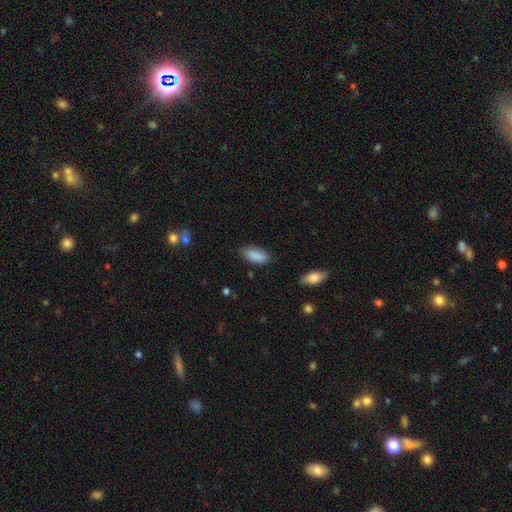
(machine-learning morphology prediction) Overall: smooth (89%). How rounded: in between (86%). Merging: none (83%).